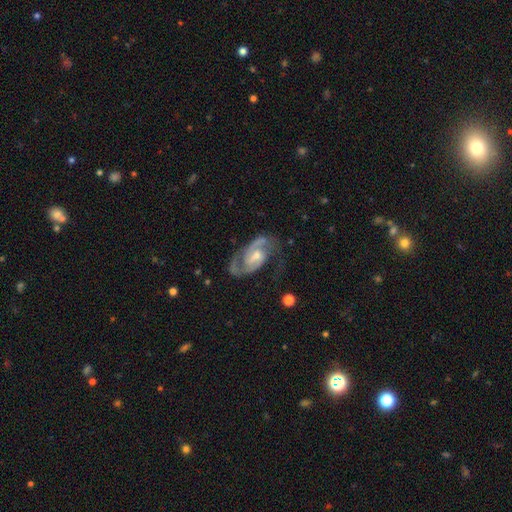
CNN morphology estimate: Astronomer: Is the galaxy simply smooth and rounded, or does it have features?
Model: featured or disk — 88%.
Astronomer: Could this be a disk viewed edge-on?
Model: no — 97%.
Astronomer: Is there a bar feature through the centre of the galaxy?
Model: weak — 52% (runner-up: no, 33%).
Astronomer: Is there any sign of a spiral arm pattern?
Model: yes — 96%.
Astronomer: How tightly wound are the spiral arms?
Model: medium — 55%.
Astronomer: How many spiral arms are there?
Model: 2 — 86%.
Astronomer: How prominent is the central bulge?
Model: small — 47% (runner-up: moderate, 43%).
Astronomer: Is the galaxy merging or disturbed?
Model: none — 59%.